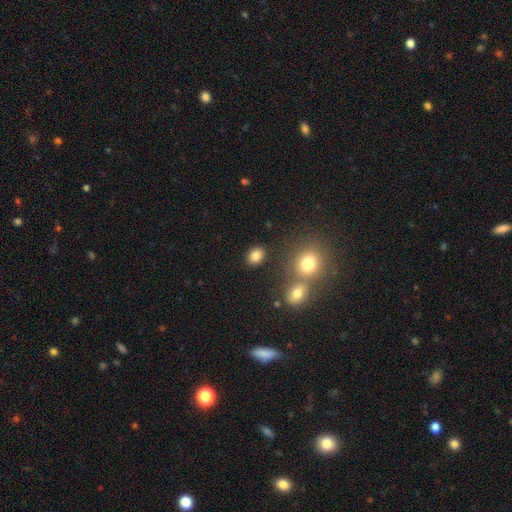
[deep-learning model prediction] Smooth or featured: smooth — 83% (star or artifact — 11%)
How rounded: in between — 58% (round — 41%)
Merging: none — 82% (minor disturbance — 9%)